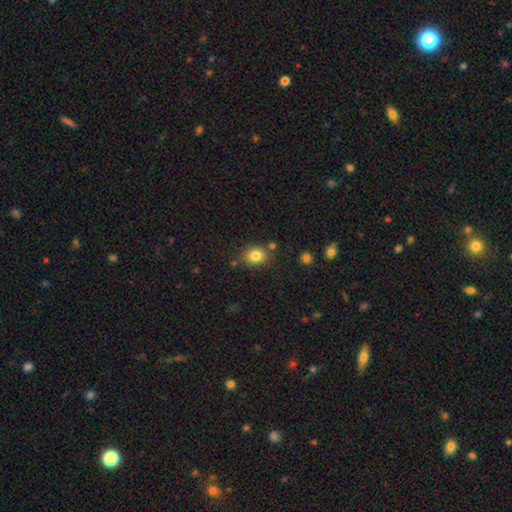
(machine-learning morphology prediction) Q: Smooth or featured?
A: smooth (82%); runner-up: star or artifact (10%)
Q: How rounded?
A: round (51%); runner-up: in between (48%)
Q: Merging?
A: none (77%); runner-up: minor disturbance (13%)